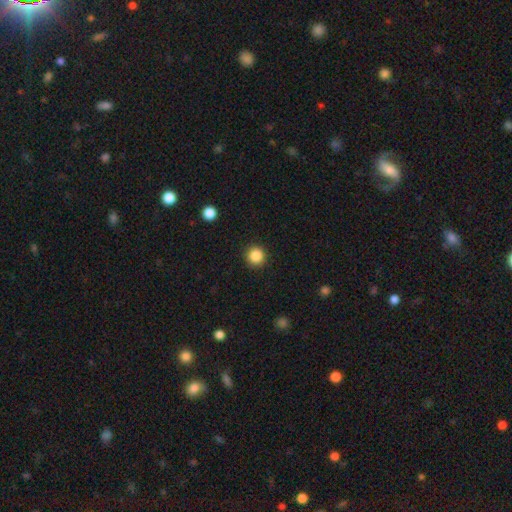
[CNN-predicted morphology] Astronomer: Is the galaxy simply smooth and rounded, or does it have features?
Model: smooth — 86%.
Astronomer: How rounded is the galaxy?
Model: round — 95%.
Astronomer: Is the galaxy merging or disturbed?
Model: none — 92%.